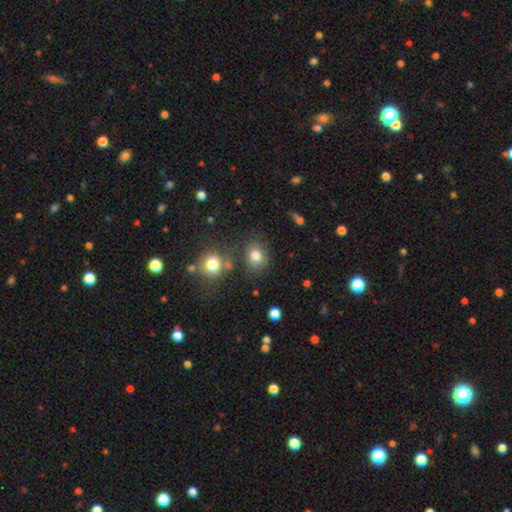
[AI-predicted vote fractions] A smooth galaxy with no disk features (80%) that is round (61%).

Vote fractions:
- Smooth or featured? smooth: 80% / star or artifact: 13% / featured or disk: 7%
- How rounded? round: 61% / in between: 38% / cigar-shaped: 1%
- Merging? none: 74% / minor disturbance: 12% / merger: 10% / major disturbance: 4%